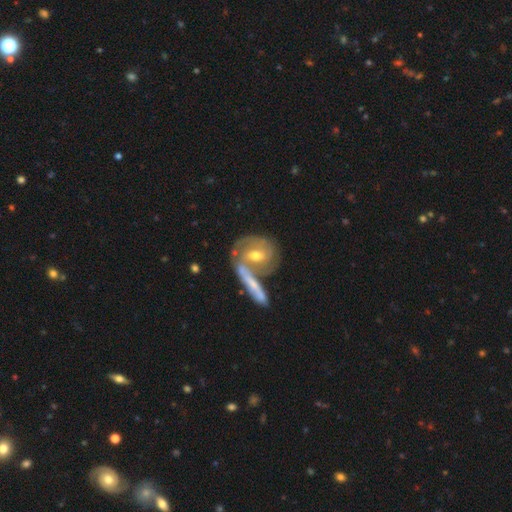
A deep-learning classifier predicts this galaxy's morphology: This appears to be a featured or disk galaxy (75%) with no bar (46%), 2 (49%) tight (52%) spiral arms (80%) and a moderate central bulge (55%). Merging: merger (43%).